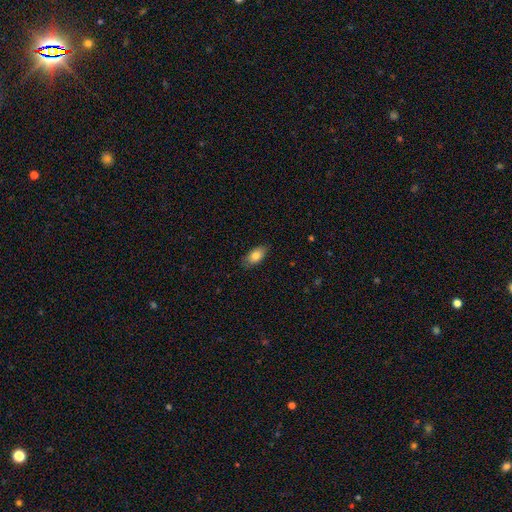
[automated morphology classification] Smooth or featured? Predicted: smooth (p=0.81). How rounded? Predicted: in between (p=0.92). Merging? Predicted: none (p=0.83).